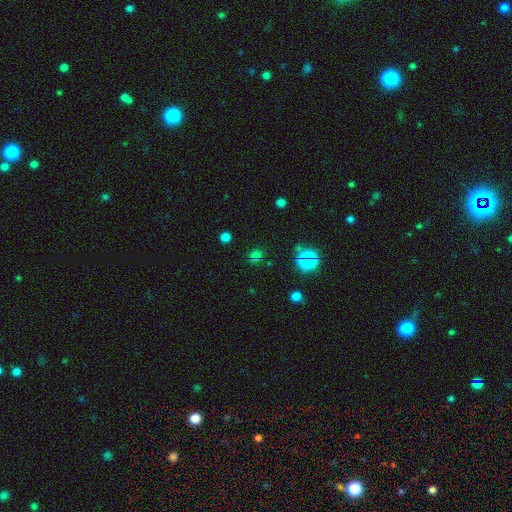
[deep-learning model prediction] smooth 54%, star or artifact 39%, featured or disk 7%. Down the decision tree: how rounded — round (71%); merging — none (77%).